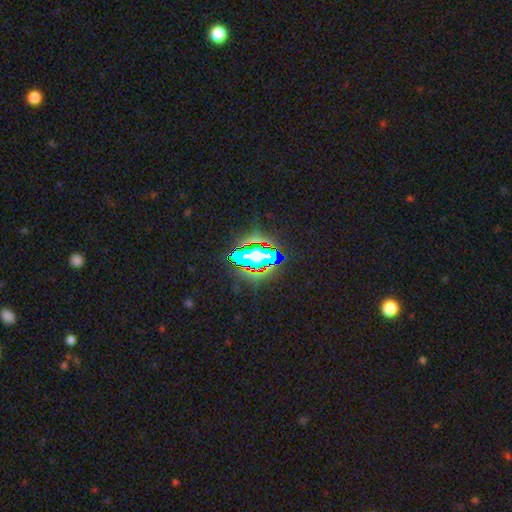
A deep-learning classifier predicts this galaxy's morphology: Smooth or featured?
  - star or artifact: 61% *
  - smooth: 21%
  - featured or disk: 18%